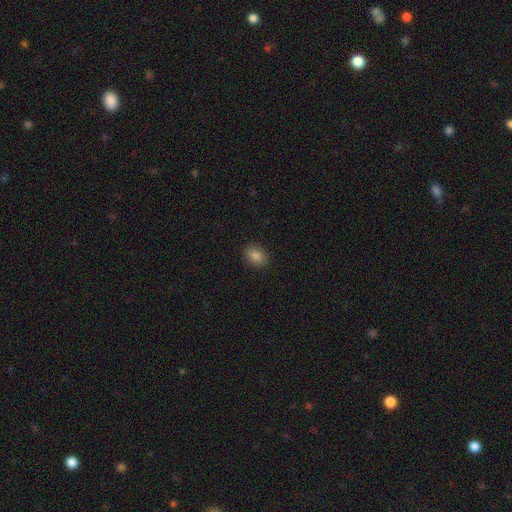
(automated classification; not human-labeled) Morphology: type=smooth (84%); roundness=in between (61%); merging=none (89%).